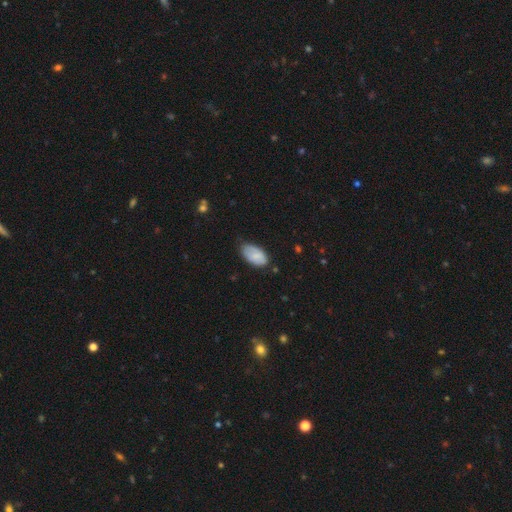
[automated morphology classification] type=smooth (80%); roundness=in between (94%); merging=none (56%).